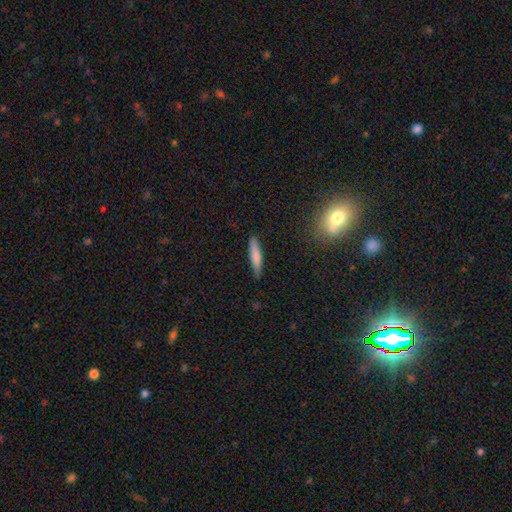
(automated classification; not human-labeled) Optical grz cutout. It shows a smooth galaxy with no disk features (78%) that is cigar-shaped (87%). Merging: none (82%).